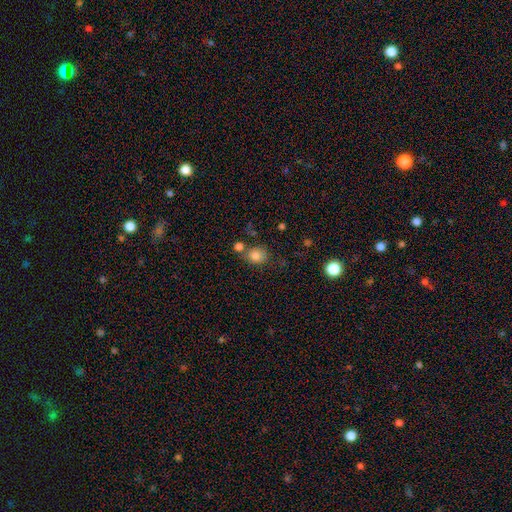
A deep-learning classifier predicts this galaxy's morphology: This is clearly a smooth galaxy (82%). How rounded: likely round (68%). Merging: likely none (65%).